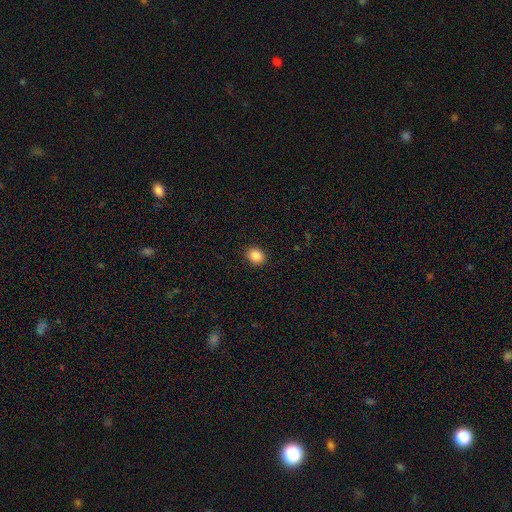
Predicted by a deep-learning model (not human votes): smooth 86%, star or artifact 10%, featured or disk 4%. Down the decision tree: how rounded — round (58%); merging — none (92%).